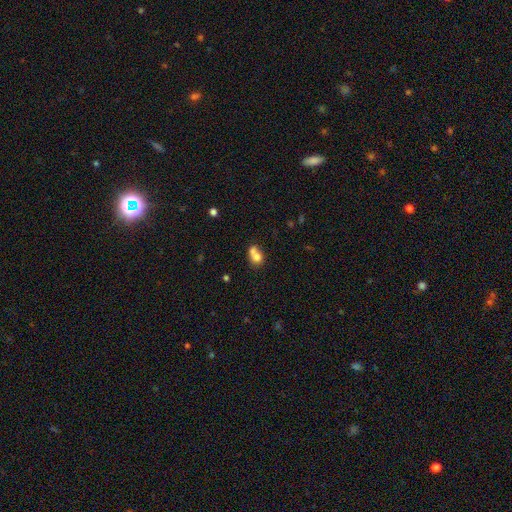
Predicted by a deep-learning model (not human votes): smooth_or_featured: smooth (p=0.72) [alt: featured or disk p=0.17]
how_rounded: round (p=0.62) [alt: in between p=0.37]
merging: merger (p=0.62) [alt: none p=0.27]